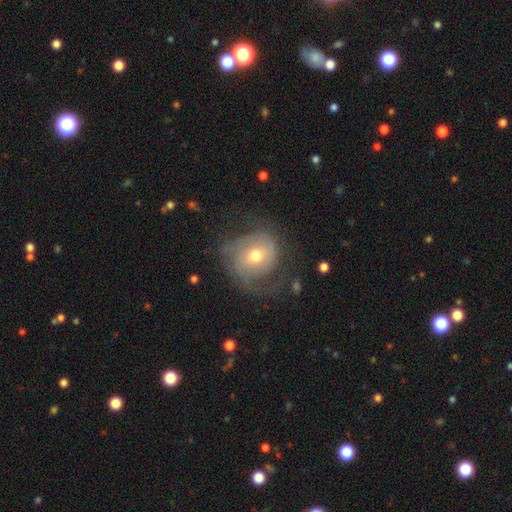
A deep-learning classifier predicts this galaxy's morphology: This is possibly a featured or disk galaxy (60%). It is clearly not viewed edge-on (97%). Bar: likely no (69%). Spiral arm pattern: likely yes (79%). Central bulge: likely moderate (66%). Merging: possibly none (51%).